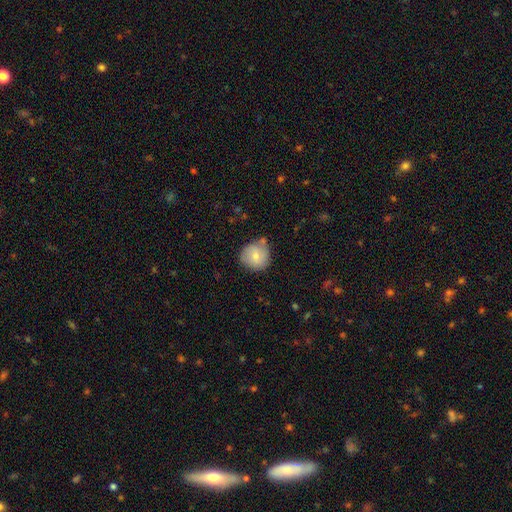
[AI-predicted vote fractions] Smooth or featured? smooth (73%)
How rounded? round (87%)
Merging? none (63%)